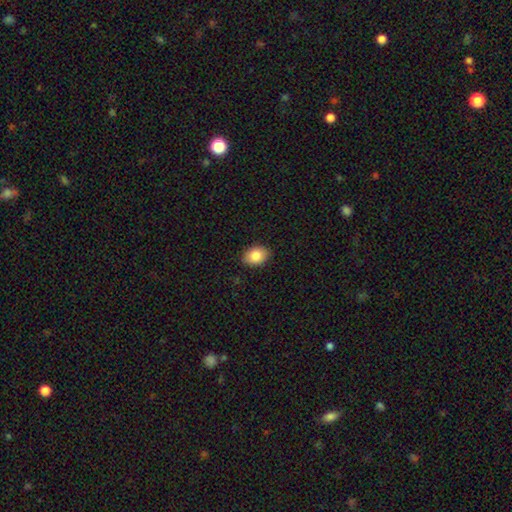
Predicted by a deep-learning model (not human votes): smooth 84%, featured or disk 8%, star or artifact 8%. Down the decision tree: how rounded — in between (70%); merging — none (88%).